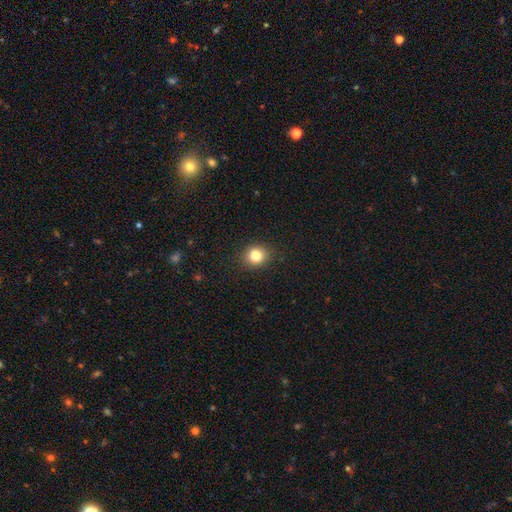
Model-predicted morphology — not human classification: Smooth or featured? smooth (83%)
How rounded? round (71%)
Merging? none (88%)